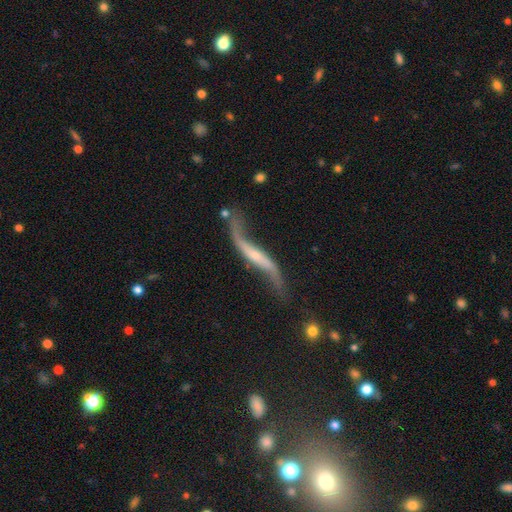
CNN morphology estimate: Smooth or featured? featured or disk (86%)
Edge-on disk? no (75%)
Bar? no (41%)
Spiral arms? yes (92%)
Spiral winding? loose (95%)
Spiral arm count? 2 (92%)
Bulge size? small (66%)
Merging? none (56%)